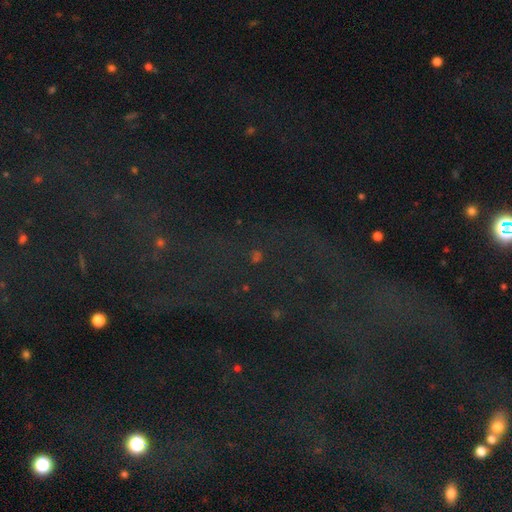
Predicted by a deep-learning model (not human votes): star or artifact 76%, smooth 14%, featured or disk 10%.